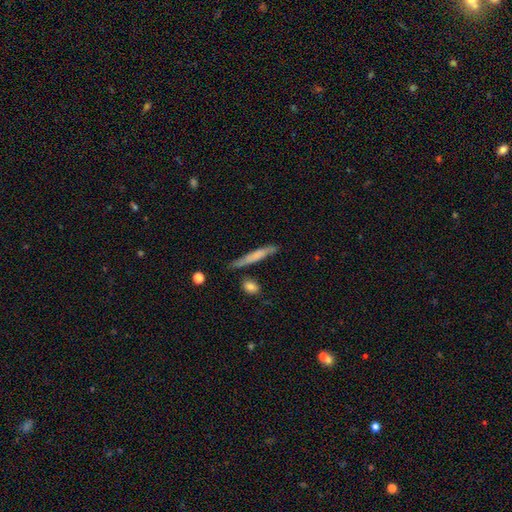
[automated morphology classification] This appears to be a smooth galaxy with no disk features (60%) that is cigar-shaped (92%). Merging: none (70%).